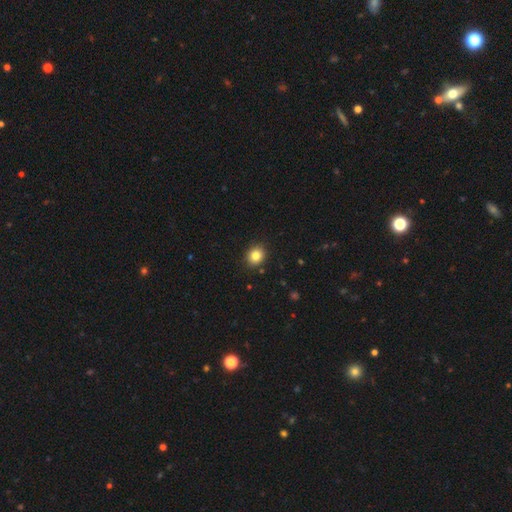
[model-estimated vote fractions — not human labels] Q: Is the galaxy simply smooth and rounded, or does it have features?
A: smooth — 83%.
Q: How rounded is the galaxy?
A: round — 68%.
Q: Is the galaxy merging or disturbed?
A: none — 89%.